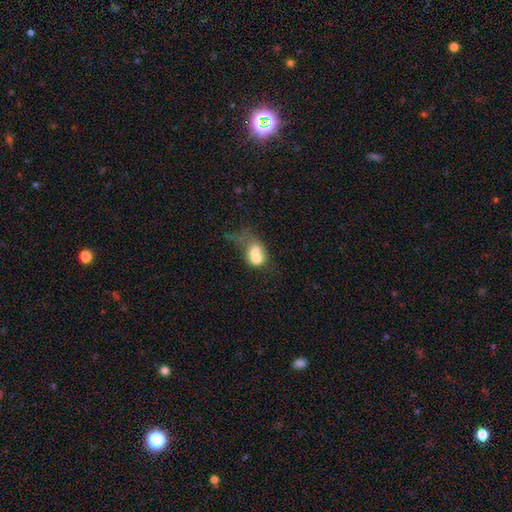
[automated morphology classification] Smooth or featured?
  - smooth: 65% *
  - featured or disk: 25%
  - star or artifact: 11%
How rounded?
  - in between: 63% *
  - round: 35%
  - cigar-shaped: 2%
Merging?
  - merger: 46% *
  - major disturbance: 24%
  - none: 16%
  - minor disturbance: 14%